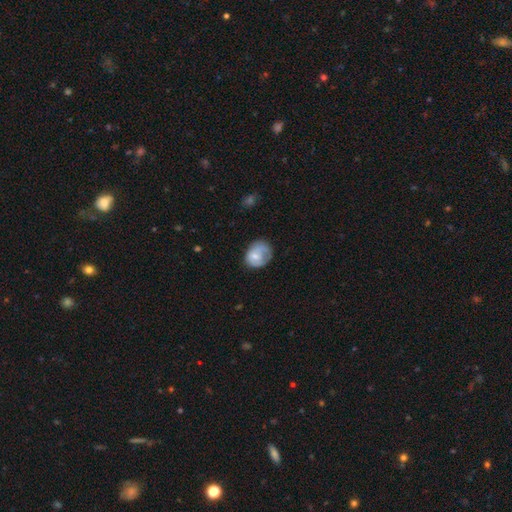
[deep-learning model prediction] The model was most divided on "how rounded": in between: 51%, round: 48%, cigar-shaped: 1%. Remaining: smooth or featured — smooth (62%); merging — none (44%).